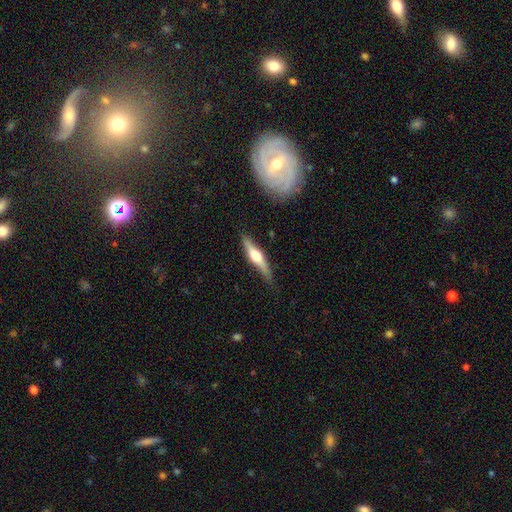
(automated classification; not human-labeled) The model was most divided on "smooth or featured": featured or disk: 64%, smooth: 31%, star or artifact: 5%. More confident: edge-on disk — yes (95%); edge-on bulge — rounded (93%); merging — none (83%).